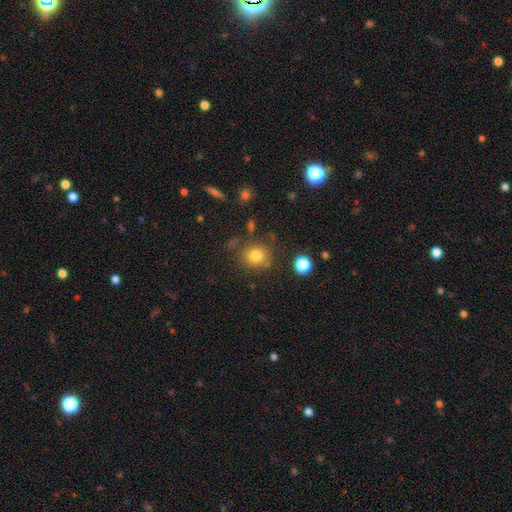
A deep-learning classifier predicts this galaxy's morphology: Overall: smooth (80%). How rounded: round (84%). Merging: none (78%).